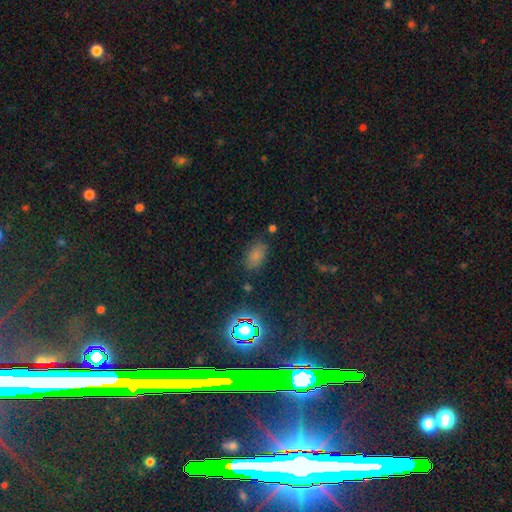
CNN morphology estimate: Smooth or featured? Predicted: smooth (p=0.69). How rounded? Predicted: in between (p=0.88). Merging? Predicted: none (p=0.77).